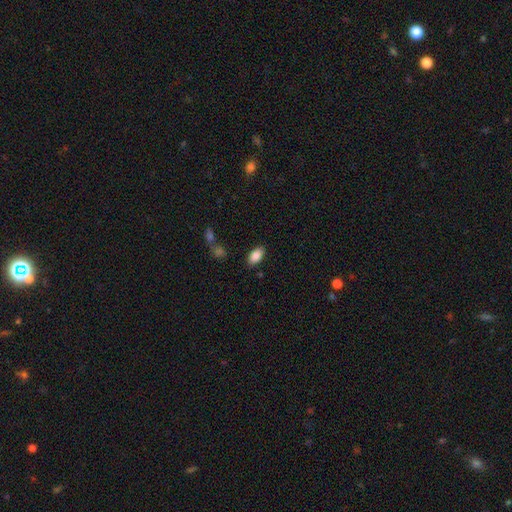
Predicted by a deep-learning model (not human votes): Smooth or featured?
  - smooth: 87% *
  - star or artifact: 8%
  - featured or disk: 5%
How rounded?
  - in between: 93% *
  - round: 4%
  - cigar-shaped: 3%
Merging?
  - none: 85% *
  - minor disturbance: 11%
  - major disturbance: 3%
  - merger: 2%